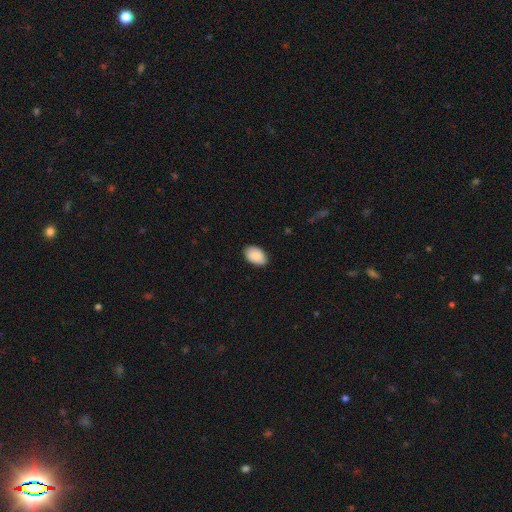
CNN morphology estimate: The model was most divided on "merging": none: 87%, minor disturbance: 10%, major disturbance: 2%, merger: 1%. More confident: how rounded — in between (91%); smooth or featured — smooth (88%).